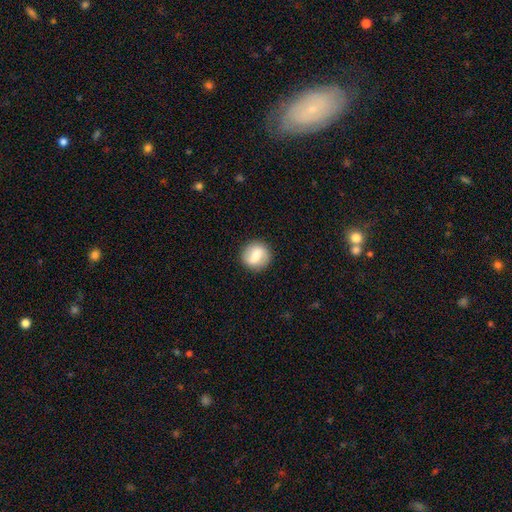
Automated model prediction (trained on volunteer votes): This appears to be a smooth galaxy with no disk features (52%) that is round (86%). Merging: none (88%).